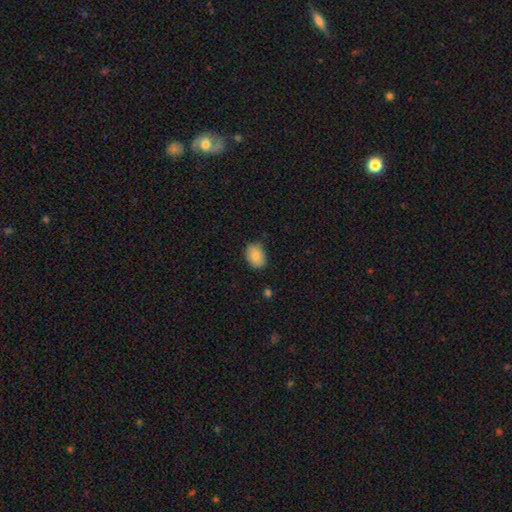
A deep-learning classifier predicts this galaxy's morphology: Smooth or featured? smooth (85%)
How rounded? in between (76%)
Merging? none (78%)